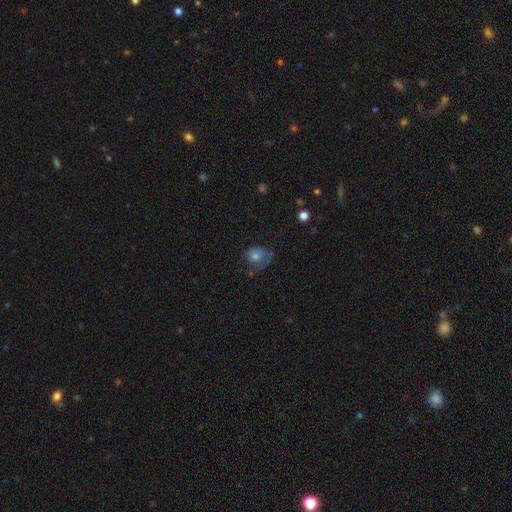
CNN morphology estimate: The model was most divided on "merging": none: 48%, minor disturbance: 27%, major disturbance: 22%, merger: 3%. More confident: how rounded — round (69%); smooth or featured — smooth (54%).